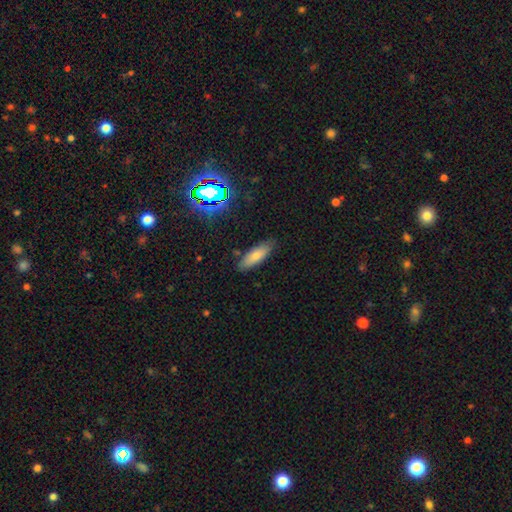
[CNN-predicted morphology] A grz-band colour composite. It shows a smooth galaxy with no disk features (72%) that is in between round and cigar-shaped (57%). Merging: none (84%).